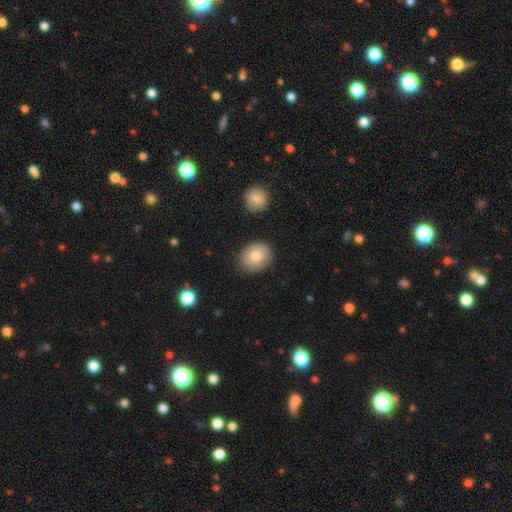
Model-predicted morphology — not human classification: A smooth galaxy with no disk features (80%) that is round (62%). Merging: none (84%).